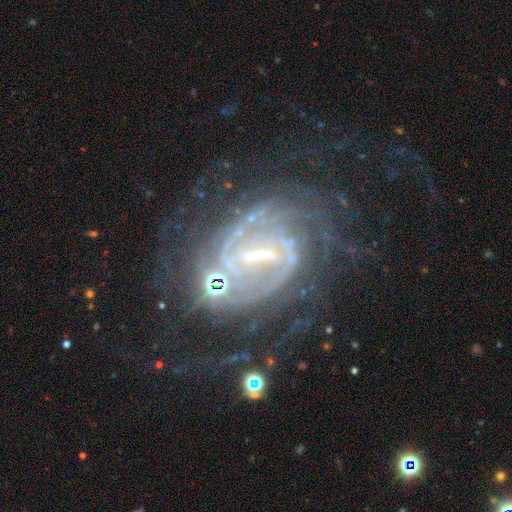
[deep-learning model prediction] This is clearly a featured or disk galaxy (88%). It is clearly not viewed edge-on (97%). Bar: possibly strong (47%). Spiral arm pattern: clearly yes (95%). Spiral arm count: marginally can't tell (32%). Spiral winding: possibly tight (58%). Central bulge: likely small (60%). Merging: possibly none (60%).